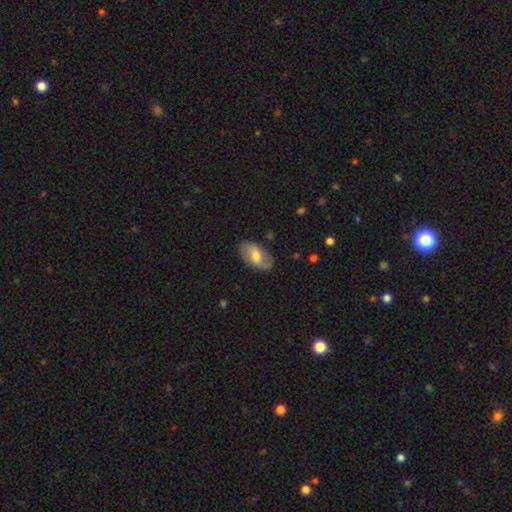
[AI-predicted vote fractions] smooth_or_featured: featured or disk (p=0.53) [alt: smooth p=0.40]
disk_edge_on: no (p=0.95) [alt: yes p=0.05]
bar: weak (p=0.52) [alt: no p=0.31]
has_spiral_arms: yes (p=0.80) [alt: no p=0.20]
bulge_size: moderate (p=0.58) [alt: small p=0.25]
merging: none (p=0.78) [alt: minor disturbance p=0.16]